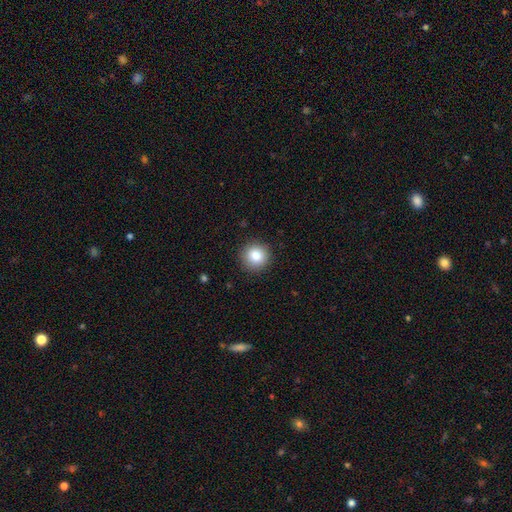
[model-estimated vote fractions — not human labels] Smooth or featured?
  - smooth: 82% *
  - star or artifact: 10%
  - featured or disk: 8%
How rounded?
  - round: 93% *
  - in between: 6%
  - cigar-shaped: 1%
Merging?
  - none: 91% *
  - minor disturbance: 6%
  - major disturbance: 2%
  - merger: 1%